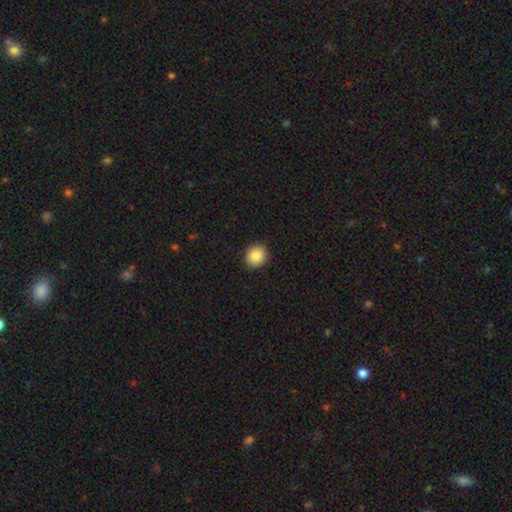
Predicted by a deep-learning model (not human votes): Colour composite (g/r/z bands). It shows a smooth galaxy with no disk features (87%) that is round (84%). Merging: none (91%).